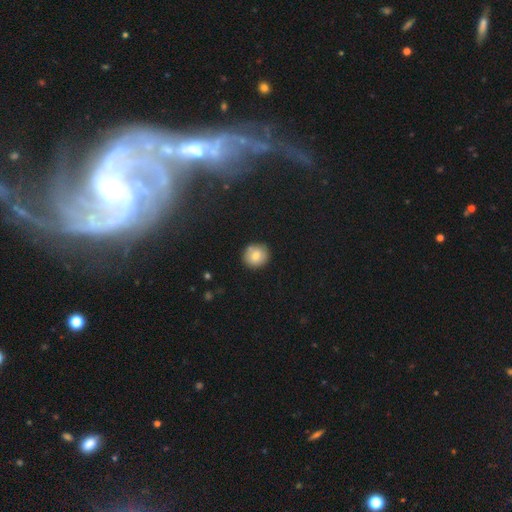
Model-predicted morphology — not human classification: smooth-or-featured: smooth: 76% | featured or disk: 14% | star or artifact: 10%
  how-rounded: round: 91% | in between: 8% | cigar-shaped: 1%
  merging: none: 87% | minor disturbance: 9% | merger: 3% | major disturbance: 2%